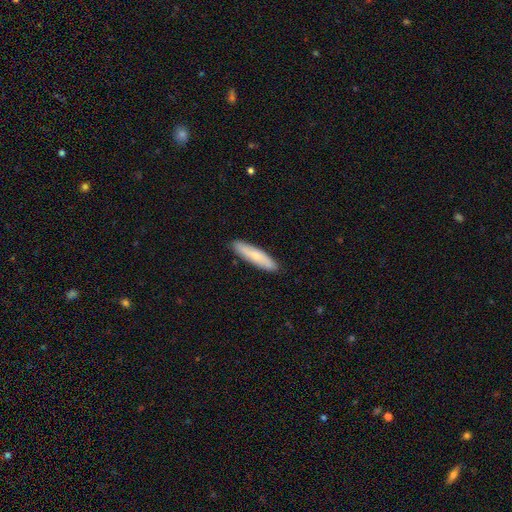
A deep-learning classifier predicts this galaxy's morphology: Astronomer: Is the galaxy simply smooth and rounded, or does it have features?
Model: smooth — 69%.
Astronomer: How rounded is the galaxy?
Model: cigar-shaped — 83%.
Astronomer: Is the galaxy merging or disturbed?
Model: none — 90%.